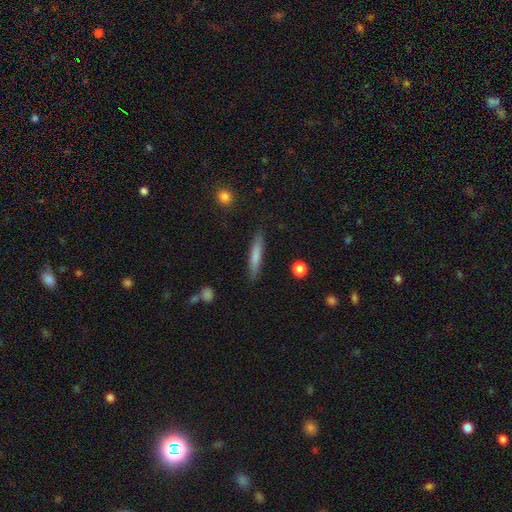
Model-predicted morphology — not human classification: This is likely a smooth galaxy (73%). How rounded: clearly cigar-shaped (91%). Merging: clearly none (87%).